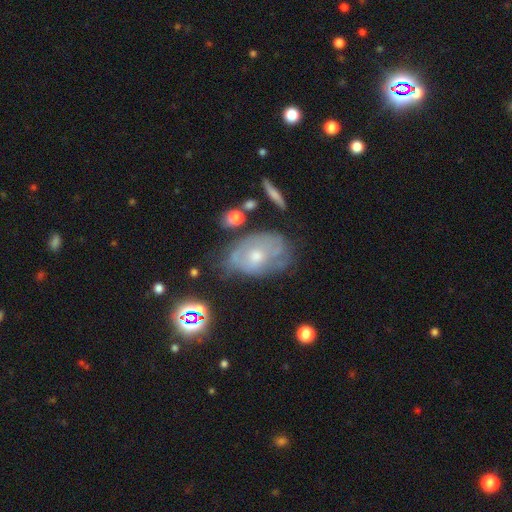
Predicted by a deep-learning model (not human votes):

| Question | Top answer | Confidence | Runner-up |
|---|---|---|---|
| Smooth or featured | featured or disk | 58% | smooth (31%) |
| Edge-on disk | no | 93% | yes (7%) |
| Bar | no | 80% | weak (17%) |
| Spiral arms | yes | 53% | no (47%) |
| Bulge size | moderate | 55% | small (37%) |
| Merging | none | 48% | minor disturbance (30%) |